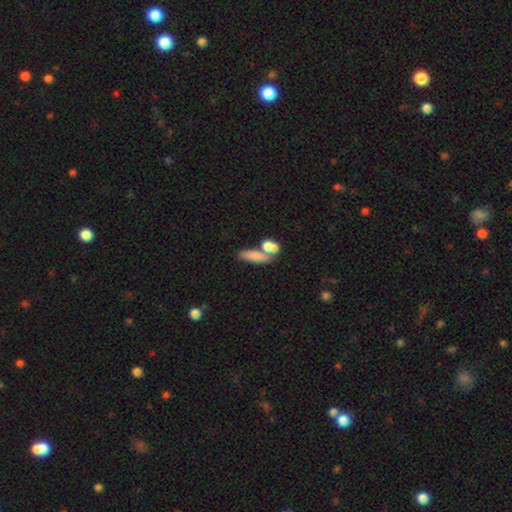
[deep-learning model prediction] Smooth or featured: smooth — 73% (featured or disk — 18%)
How rounded: in between — 52% (cigar-shaped — 38%)
Merging: merger — 44% (none — 38%)